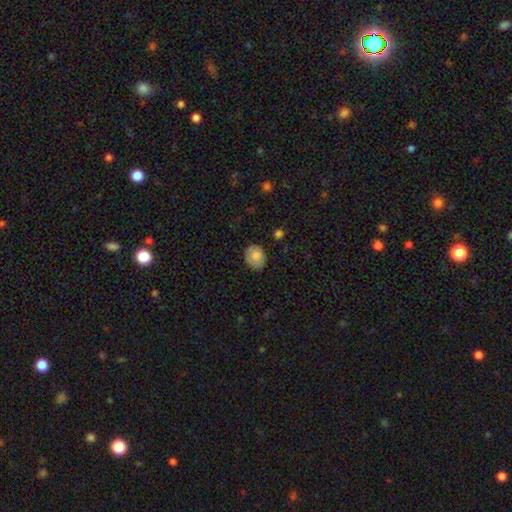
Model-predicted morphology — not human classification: Overall: smooth (83%). How rounded: round (55%; in between 44%). Merging: none (79%).